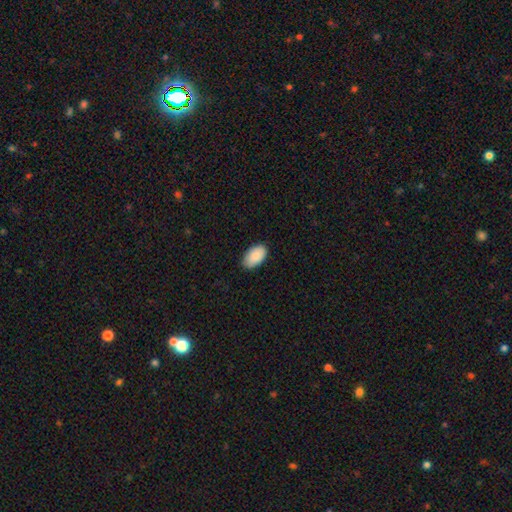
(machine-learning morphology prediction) smooth 89%, star or artifact 6%, featured or disk 5%. Down the decision tree: how rounded — in between (95%); merging — none (84%).